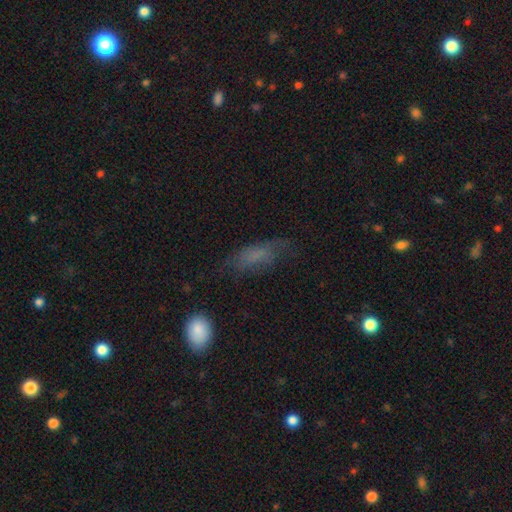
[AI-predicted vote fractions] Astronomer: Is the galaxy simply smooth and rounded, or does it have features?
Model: smooth — 62%.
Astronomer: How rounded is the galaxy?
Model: in between — 66%.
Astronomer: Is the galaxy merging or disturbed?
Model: none — 56%.